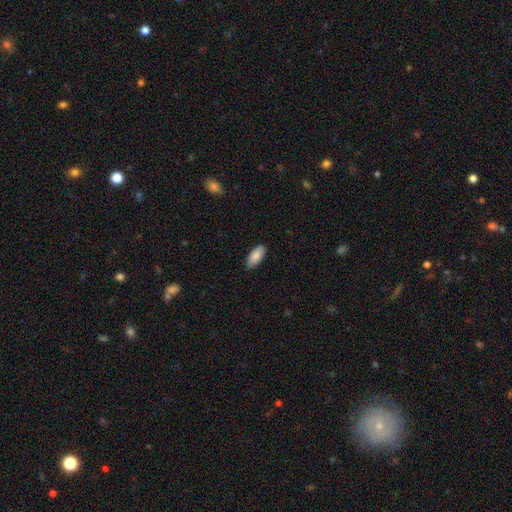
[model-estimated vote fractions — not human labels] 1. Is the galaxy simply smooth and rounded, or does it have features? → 88% smooth, 7% featured or disk, 6% star or artifact.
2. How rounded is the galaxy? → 88% in between, 10% cigar-shaped, 2% round.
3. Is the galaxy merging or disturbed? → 88% none, 9% minor disturbance, 2% major disturbance, 1% merger.